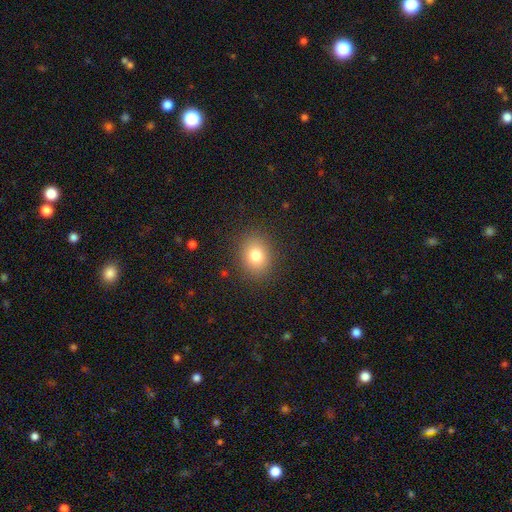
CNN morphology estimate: This is likely a smooth galaxy (80%). How rounded: possibly round (58%). Merging: clearly none (87%).